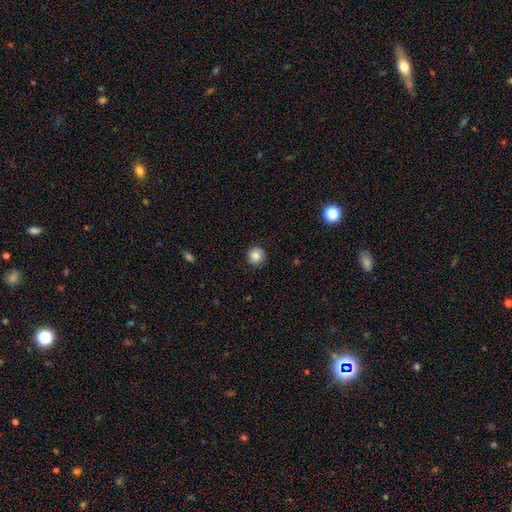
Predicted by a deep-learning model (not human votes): Smooth or featured: smooth — 85% (star or artifact — 10%)
How rounded: round — 92% (in between — 7%)
Merging: none — 87% (minor disturbance — 9%)